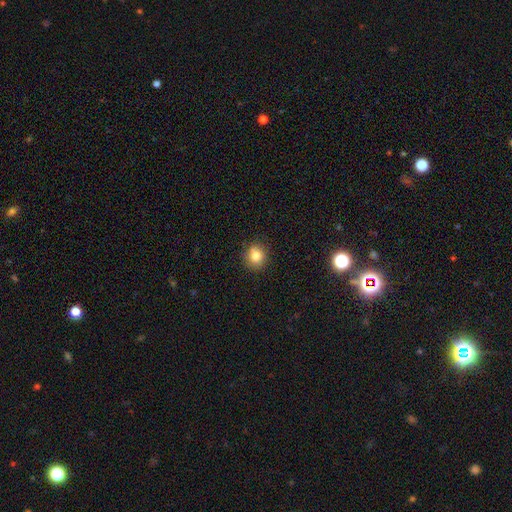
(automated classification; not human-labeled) Smooth or featured?
  - smooth: 81% *
  - star or artifact: 11%
  - featured or disk: 7%
How rounded?
  - round: 80% *
  - in between: 19%
  - cigar-shaped: 1%
Merging?
  - none: 81% *
  - minor disturbance: 13%
  - merger: 3%
  - major disturbance: 3%